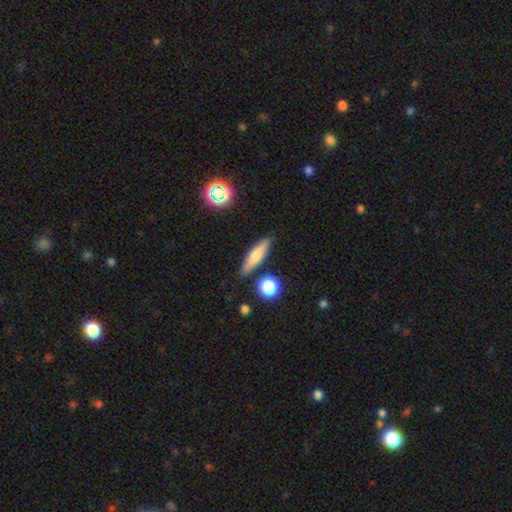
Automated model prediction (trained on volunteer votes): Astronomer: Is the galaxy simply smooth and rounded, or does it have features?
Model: smooth — 63%.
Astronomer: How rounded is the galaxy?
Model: cigar-shaped — 68%.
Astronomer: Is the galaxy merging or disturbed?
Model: none — 84%.